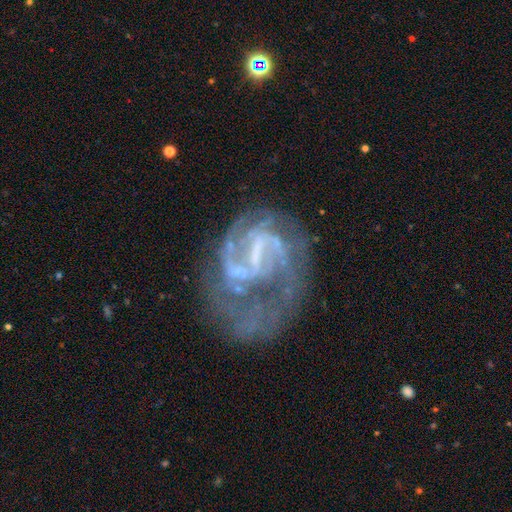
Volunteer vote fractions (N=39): Morphology: type=featured or disk (90%); edge-on=no (100%); bar=strong (46%); spiral arms=yes (89%); winding=medium (52%); arm count=2 (65%); bulge=none (66%); merging=none (46%, tied with major disturbance).